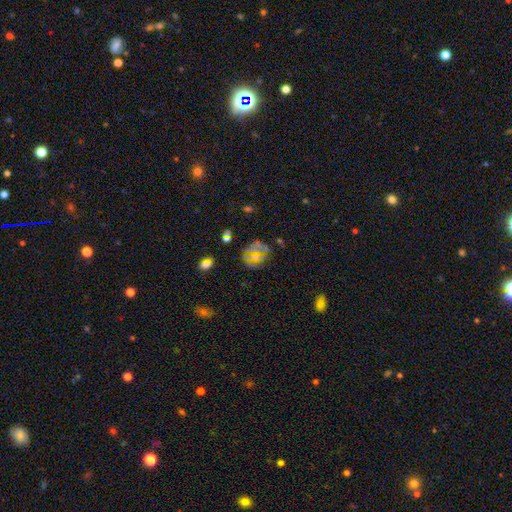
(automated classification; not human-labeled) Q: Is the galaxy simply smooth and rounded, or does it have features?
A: smooth — 44%.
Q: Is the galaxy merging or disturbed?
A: none — 73%.